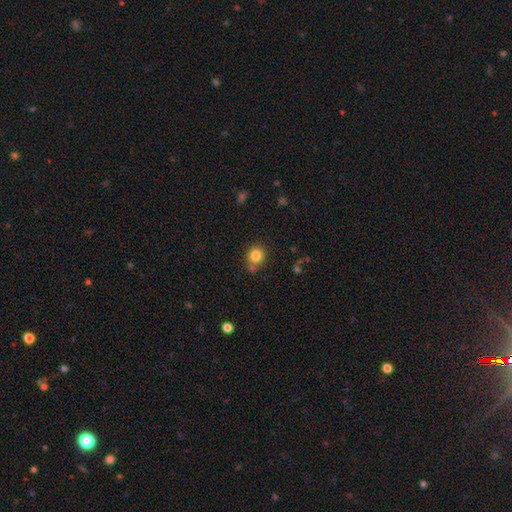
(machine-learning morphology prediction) The model was most divided on "merging": none: 72%, minor disturbance: 13%, merger: 12%, major disturbance: 3%. More confident: smooth or featured — smooth (82%); how rounded — round (81%).